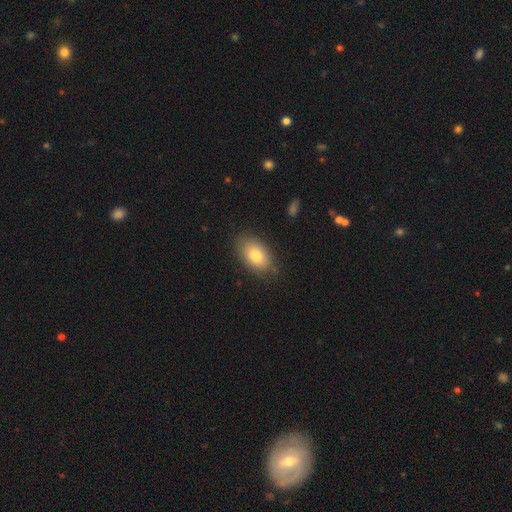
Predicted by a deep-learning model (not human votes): This is likely a smooth galaxy (78%). How rounded: clearly in between (91%). Merging: clearly none (82%).